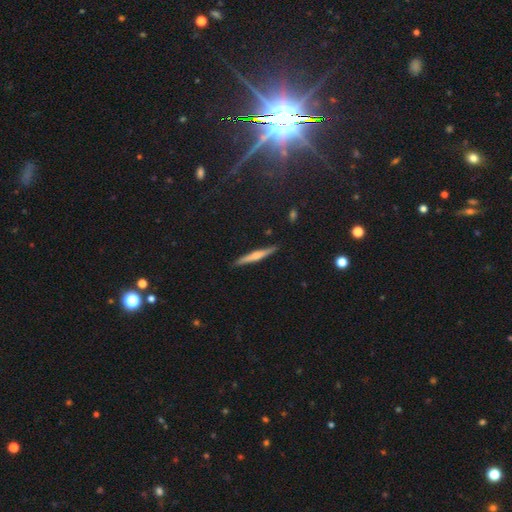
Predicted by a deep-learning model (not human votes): Smooth or featured: featured or disk — 53% (smooth — 39%)
Edge-on disk: yes — 97% (no — 3%)
Edge-on bulge: rounded — 73% (none — 18%)
Merging: none — 90% (minor disturbance — 8%)